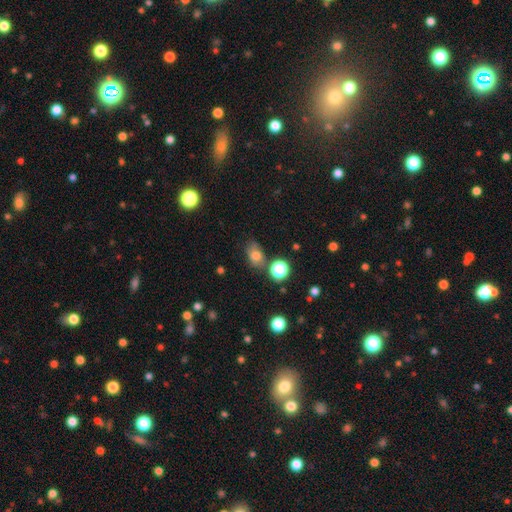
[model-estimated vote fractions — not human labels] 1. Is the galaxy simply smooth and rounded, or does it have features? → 73% smooth, 14% star or artifact, 12% featured or disk.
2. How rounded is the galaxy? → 72% in between, 26% round, 2% cigar-shaped.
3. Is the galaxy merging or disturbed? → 67% none, 20% minor disturbance, 7% merger, 6% major disturbance.